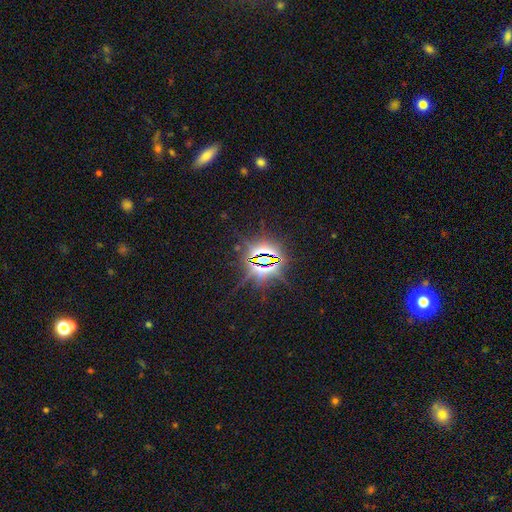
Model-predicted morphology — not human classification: Smooth or featured: star or artifact — 85% (featured or disk — 7%)